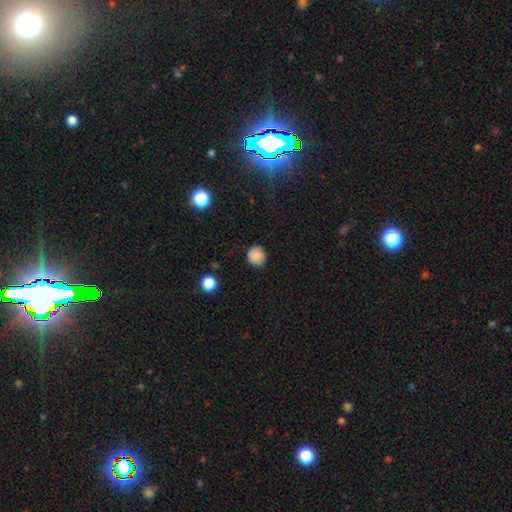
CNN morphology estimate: Smooth or featured? smooth (86%)
How rounded? round (86%)
Merging? none (84%)